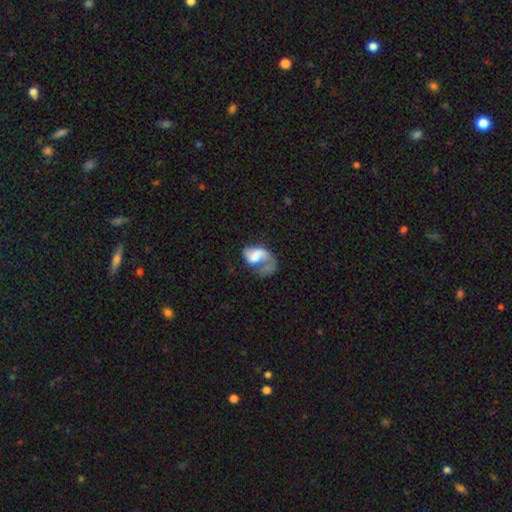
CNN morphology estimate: smooth_or_featured: featured or disk (p=0.47) [alt: smooth p=0.45]
merging: major disturbance (p=0.53) [alt: none p=0.19]